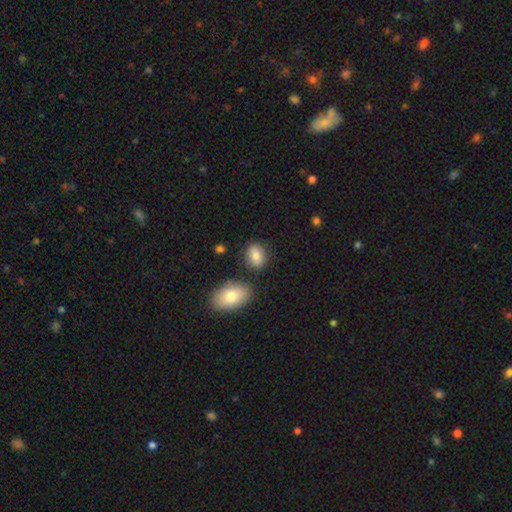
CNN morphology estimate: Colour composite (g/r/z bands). It shows a smooth galaxy with no disk features (82%) that is in between round and cigar-shaped (68%). Merging: none (78%).